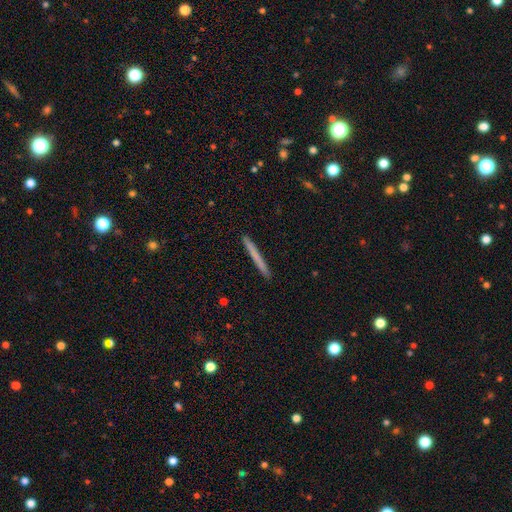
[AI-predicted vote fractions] A smooth galaxy with no disk features (63%) that is cigar-shaped (97%).

Vote fractions:
- Smooth or featured? smooth: 63% / featured or disk: 31% / star or artifact: 6%
- How rounded? cigar-shaped: 97% / in between: 2% / round: 1%
- Merging? none: 92% / minor disturbance: 5% / major disturbance: 1% / merger: 1%